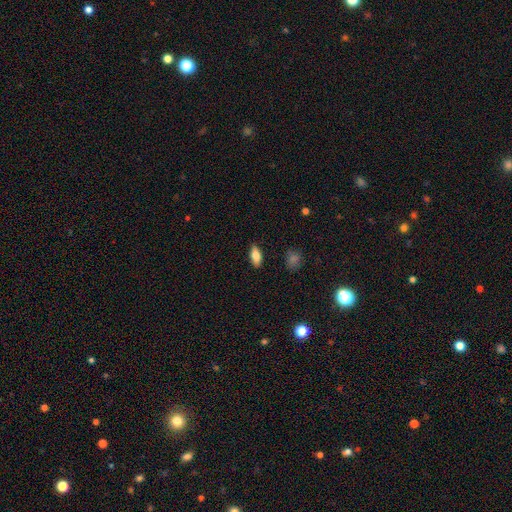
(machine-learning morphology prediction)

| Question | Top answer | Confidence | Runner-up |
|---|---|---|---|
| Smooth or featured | smooth | 76% | featured or disk (17%) |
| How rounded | in between | 83% | cigar-shaped (14%) |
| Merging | none | 88% | minor disturbance (9%) |